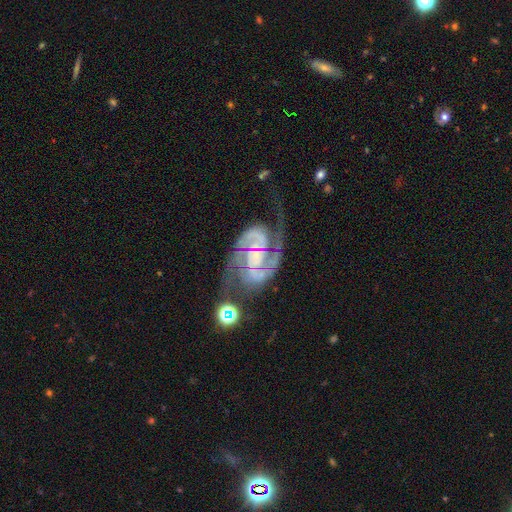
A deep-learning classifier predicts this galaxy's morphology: Smooth or featured: featured or disk — 92% (star or artifact — 5%)
Edge-on disk: no — 98% (yes — 2%)
Bar: weak — 41% (tied with no — 41%)
Spiral arms: yes — 98% (no — 2%)
Spiral winding: medium — 51% (tight — 39%)
Spiral arm count: 2 — 86% (3 — 5%)
Bulge size: small — 55% (none — 25%)
Merging: none — 59% (minor disturbance — 20%)